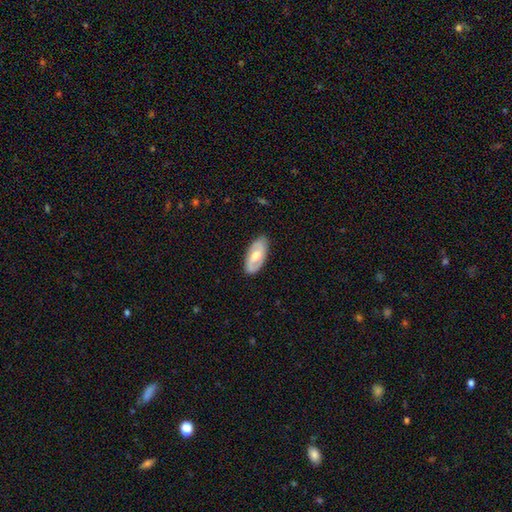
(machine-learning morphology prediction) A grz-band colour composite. It shows a featured or disk galaxy (65%) with a weak bar (45%), spiral arms (80%) and a moderate central bulge (63%). Merging: none (87%).